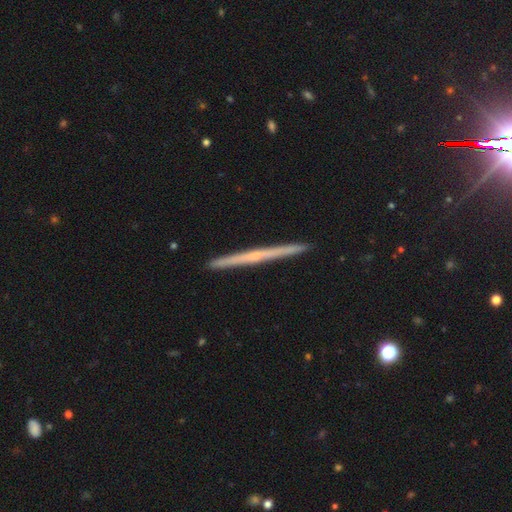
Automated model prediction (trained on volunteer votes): This appears to be a featured or disk galaxy (69%) viewed edge-on (98%) with no central bulge (67%). Merging: none (93%).